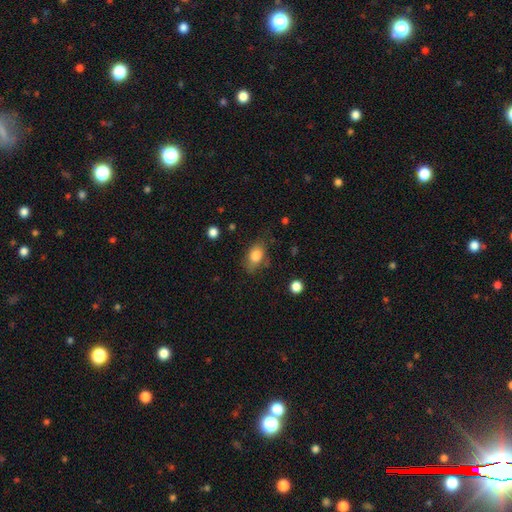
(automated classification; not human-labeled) This is clearly a smooth galaxy (81%). How rounded: clearly in between (82%). Merging: likely none (69%).